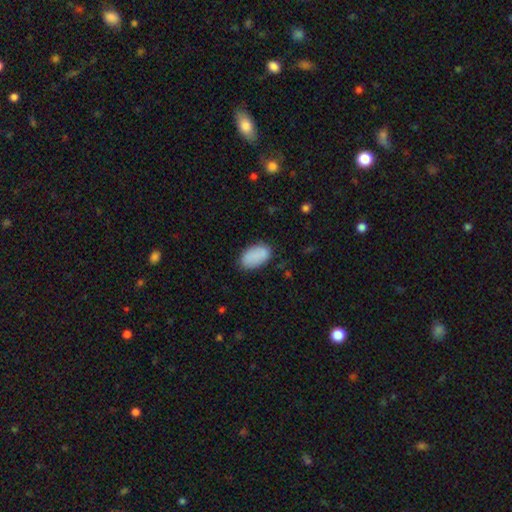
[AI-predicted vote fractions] smooth_or_featured: smooth (p=0.88) [alt: star or artifact p=0.07]
how_rounded: in between (p=0.94) [alt: round p=0.04]
merging: none (p=0.82) [alt: minor disturbance p=0.14]